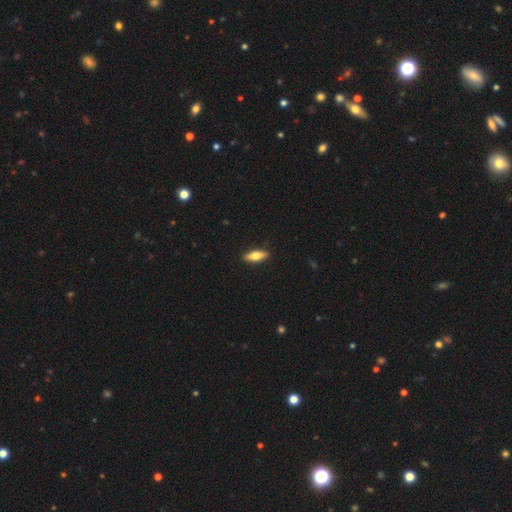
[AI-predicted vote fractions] This is likely a smooth galaxy (62%). How rounded: possibly in between (59%). Merging: clearly none (90%).